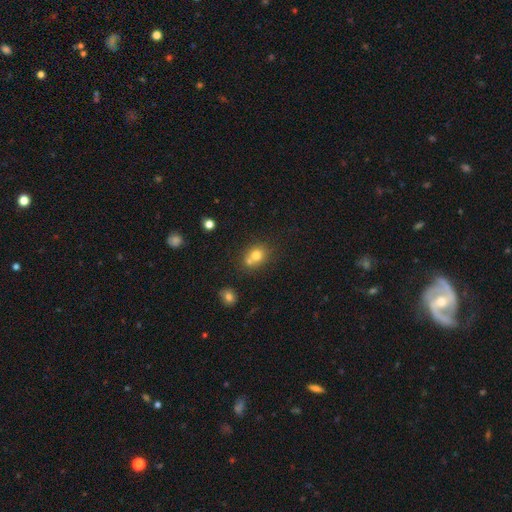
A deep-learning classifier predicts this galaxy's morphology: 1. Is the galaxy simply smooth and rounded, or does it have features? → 74% smooth, 13% featured or disk, 13% star or artifact.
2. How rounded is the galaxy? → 68% round, 31% in between, 1% cigar-shaped.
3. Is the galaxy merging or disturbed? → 44% none, 43% merger, 9% minor disturbance, 3% major disturbance.